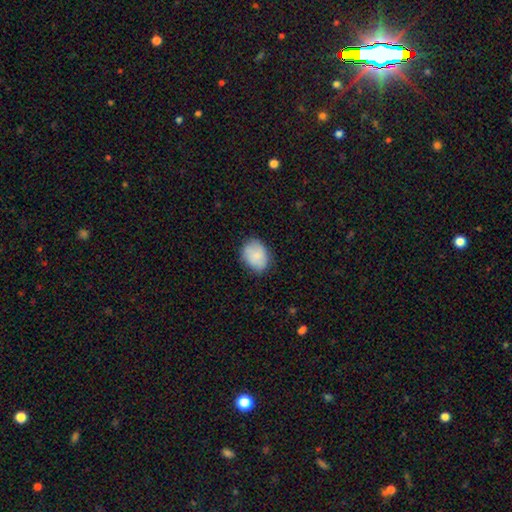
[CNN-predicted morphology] smooth-or-featured: smooth: 80% | featured or disk: 13% | star or artifact: 7%
  how-rounded: in between: 57% | round: 42% | cigar-shaped: 1%
  merging: none: 75% | minor disturbance: 19% | major disturbance: 4% | merger: 1%